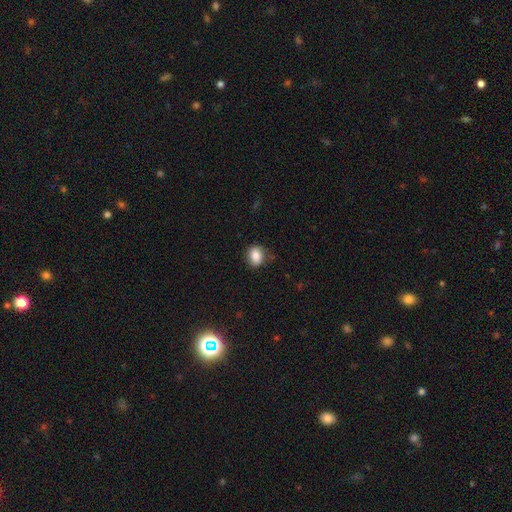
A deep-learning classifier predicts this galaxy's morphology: This is clearly a smooth galaxy (83%). How rounded: possibly round (51%). Merging: likely none (77%).